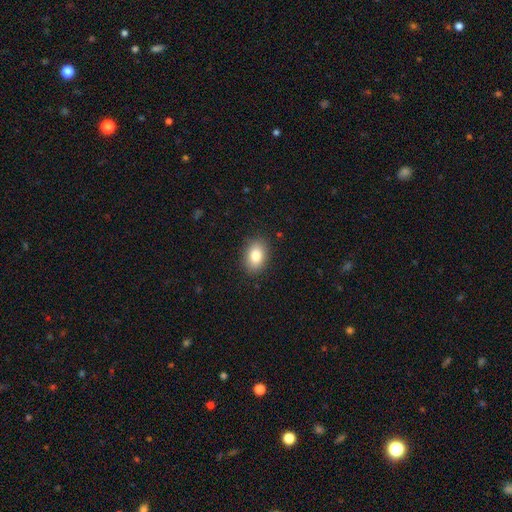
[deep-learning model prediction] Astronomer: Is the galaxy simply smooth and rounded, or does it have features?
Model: smooth — 83%.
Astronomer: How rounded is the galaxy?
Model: in between — 81%.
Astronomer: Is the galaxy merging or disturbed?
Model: none — 88%.